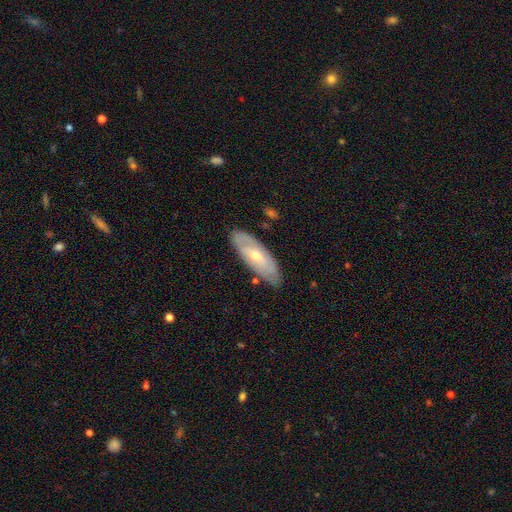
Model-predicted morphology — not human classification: Smooth or featured?
  - featured or disk: 59% *
  - smooth: 35%
  - star or artifact: 6%
Edge-on disk?
  - no: 78% *
  - yes: 22%
Merging?
  - none: 80% *
  - minor disturbance: 15%
  - major disturbance: 3%
  - merger: 2%